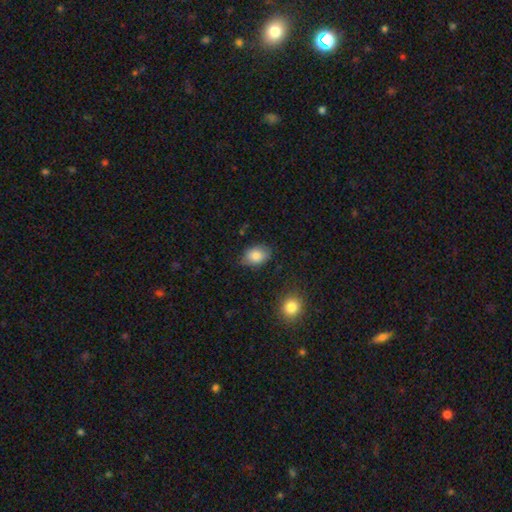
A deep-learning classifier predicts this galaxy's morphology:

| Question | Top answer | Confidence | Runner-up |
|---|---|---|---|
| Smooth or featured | smooth | 84% | star or artifact (8%) |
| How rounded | in between | 75% | round (24%) |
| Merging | none | 76% | minor disturbance (19%) |